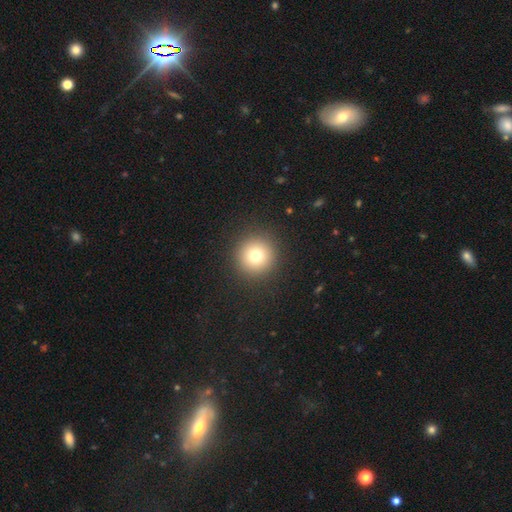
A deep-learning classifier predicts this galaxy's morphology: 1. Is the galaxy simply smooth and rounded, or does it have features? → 77% smooth, 13% star or artifact, 10% featured or disk.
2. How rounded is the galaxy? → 95% round, 4% in between, 1% cigar-shaped.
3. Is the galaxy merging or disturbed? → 92% none, 5% minor disturbance, 2% major disturbance, 1% merger.